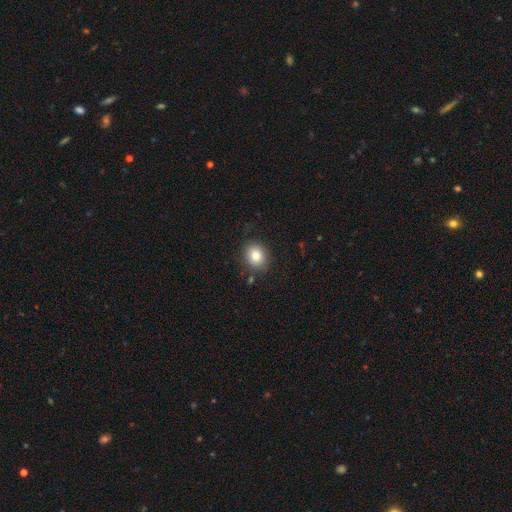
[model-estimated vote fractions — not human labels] Smooth or featured?
  - smooth: 82% *
  - star or artifact: 10%
  - featured or disk: 8%
How rounded?
  - round: 69% *
  - in between: 30%
  - cigar-shaped: 1%
Merging?
  - none: 85% *
  - minor disturbance: 10%
  - major disturbance: 3%
  - merger: 2%